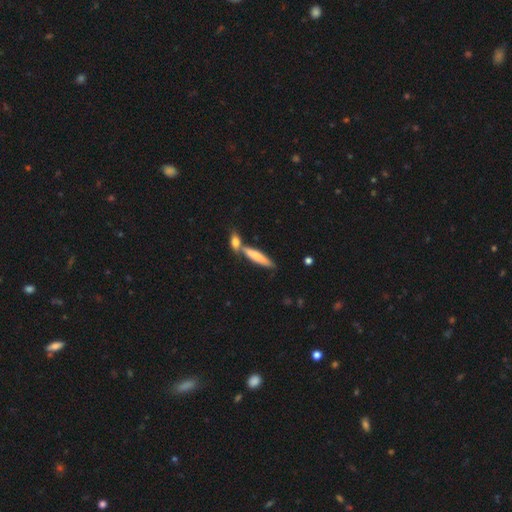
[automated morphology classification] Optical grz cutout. It shows a smooth galaxy with no disk features (73%) that is cigar-shaped (82%). Merging: none (55%).